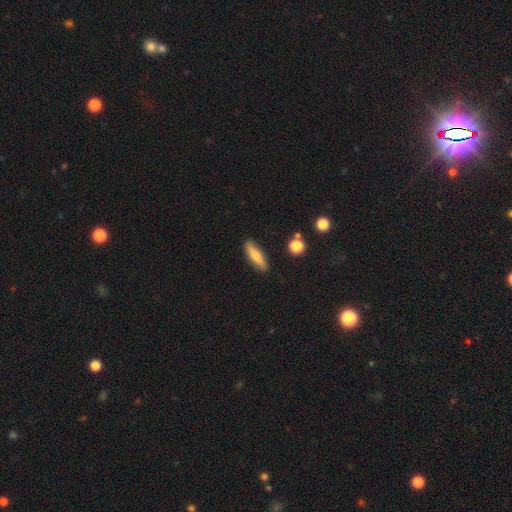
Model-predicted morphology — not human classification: smooth_or_featured: smooth (p=0.63) [alt: featured or disk p=0.30]
how_rounded: cigar-shaped (p=0.64) [alt: in between p=0.33]
merging: none (p=0.87) [alt: minor disturbance p=0.10]